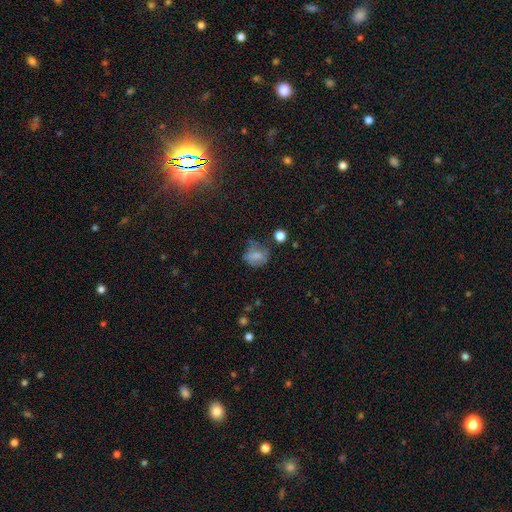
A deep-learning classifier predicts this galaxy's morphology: A smooth galaxy with no disk features (68%) that is round (60%). Merging: none (50%).